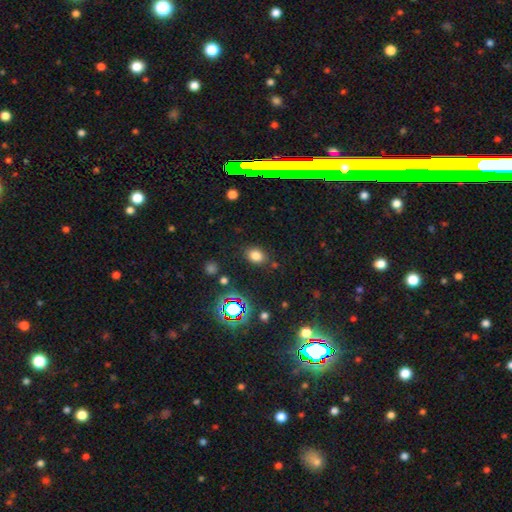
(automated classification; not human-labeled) The model was most divided on "how rounded": in between: 60%, round: 39%, cigar-shaped: 1%. More confident: merging — none (80%); smooth or featured — smooth (76%).